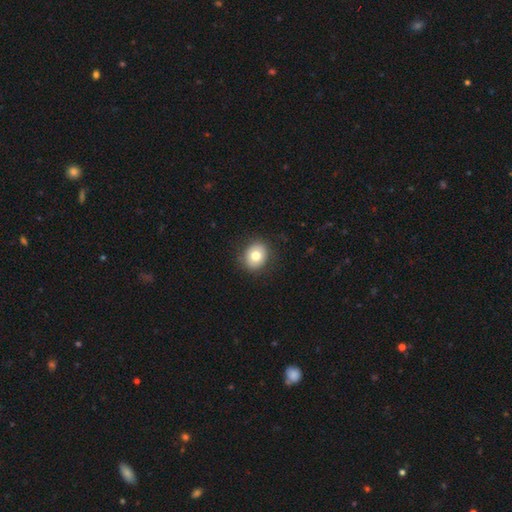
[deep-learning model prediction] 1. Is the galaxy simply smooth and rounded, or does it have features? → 76% smooth, 15% featured or disk, 9% star or artifact.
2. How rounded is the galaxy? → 63% round, 36% in between, 1% cigar-shaped.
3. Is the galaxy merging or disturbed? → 87% none, 10% minor disturbance, 3% major disturbance, 1% merger.